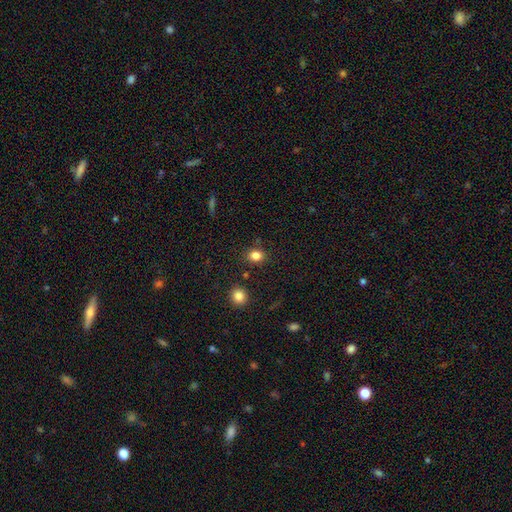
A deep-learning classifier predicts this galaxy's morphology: smooth_or_featured: smooth (p=0.83) [alt: star or artifact p=0.12]
how_rounded: round (p=0.61) [alt: in between p=0.38]
merging: none (p=0.84) [alt: minor disturbance p=0.09]